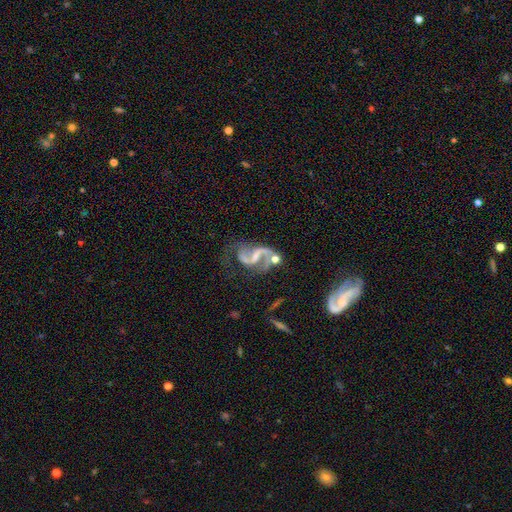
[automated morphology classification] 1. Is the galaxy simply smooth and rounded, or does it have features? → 87% featured or disk, 7% star or artifact, 6% smooth.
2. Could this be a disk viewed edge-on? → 98% no, 2% yes.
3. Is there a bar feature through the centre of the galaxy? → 46% weak, 30% strong, 25% no.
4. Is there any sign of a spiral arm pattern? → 94% yes, 6% no.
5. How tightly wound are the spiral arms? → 58% loose, 35% medium, 7% tight.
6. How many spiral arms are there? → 88% 2, 6% 1, 2% can't tell, 1% 3, 1% 4, 1% more than 4.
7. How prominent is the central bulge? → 45% small, 33% none, 19% moderate, 2% large, 1% dominant.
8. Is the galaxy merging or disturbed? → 40% none, 24% major disturbance, 19% minor disturbance, 17% merger.